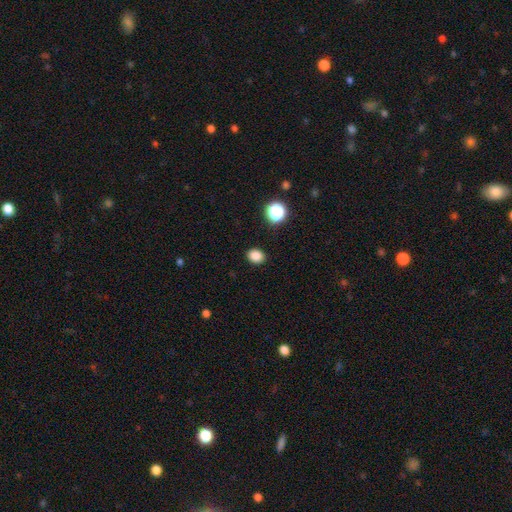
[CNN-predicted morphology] smooth 84%, star or artifact 12%, featured or disk 3%. Down the decision tree: how rounded — round (57%); merging — none (90%).